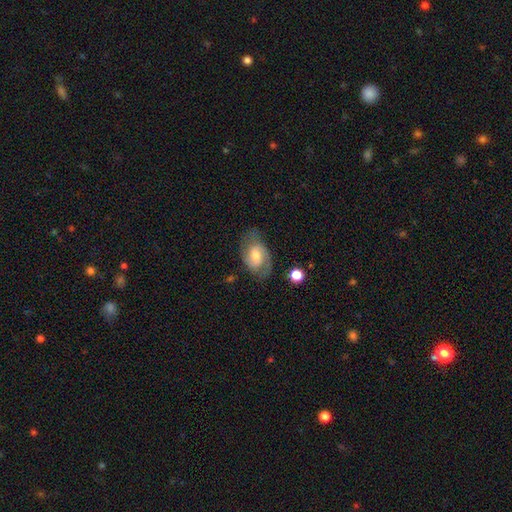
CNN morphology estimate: The model was most divided on "bar": weak: 46%, no: 44%, strong: 10%. More confident: edge-on disk — no (96%); spiral arms — yes (92%); spiral arm count — 2 (80%); smooth or featured — featured or disk (71%); merging — none (69%); bulge size — moderate (59%); spiral winding — medium (50%).